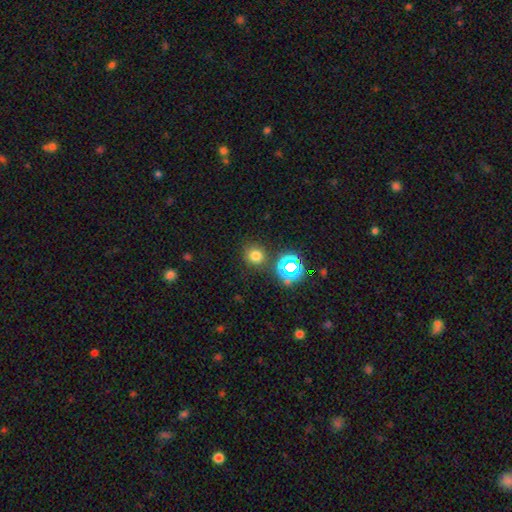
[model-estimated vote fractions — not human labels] Smooth or featured? smooth (71%)
How rounded? round (88%)
Merging? none (84%)